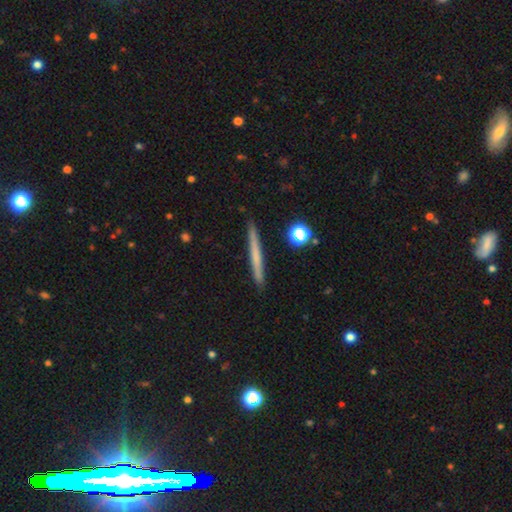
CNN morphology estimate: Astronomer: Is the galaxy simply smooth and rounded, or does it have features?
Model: smooth — 56% (runner-up: featured or disk, 38%).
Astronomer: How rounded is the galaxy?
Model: cigar-shaped — 96%.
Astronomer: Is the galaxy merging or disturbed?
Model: none — 91%.